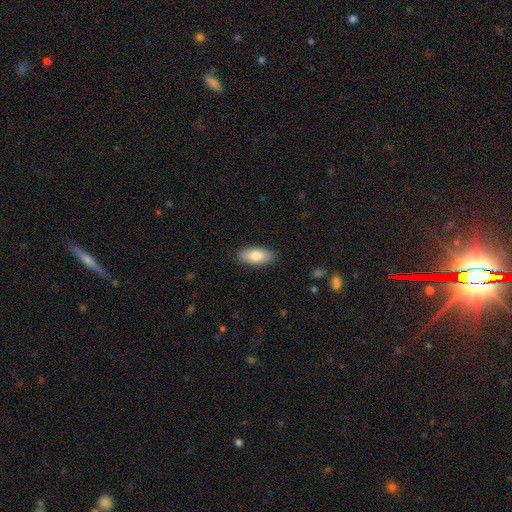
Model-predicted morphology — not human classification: type=smooth (82%); roundness=in between (86%); merging=none (88%).